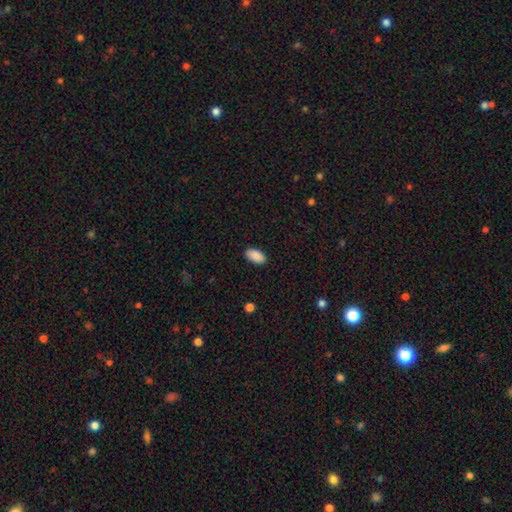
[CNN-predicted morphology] smooth_or_featured: smooth (p=0.90) [alt: star or artifact p=0.07]
how_rounded: in between (p=0.95) [alt: cigar-shaped p=0.03]
merging: none (p=0.90) [alt: minor disturbance p=0.07]